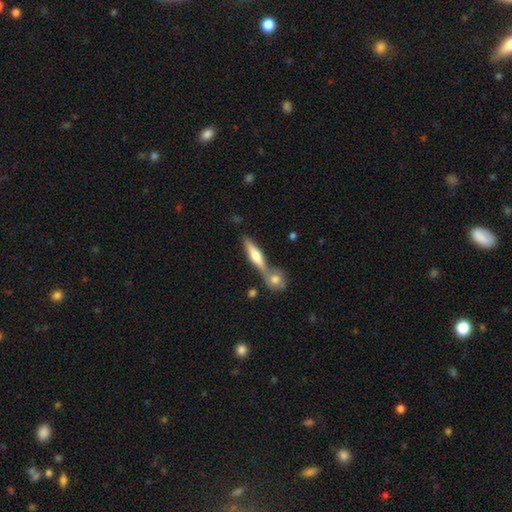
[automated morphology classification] Overall: smooth (49%; featured or disk 45%). Merging: none (55%; merger 32%).